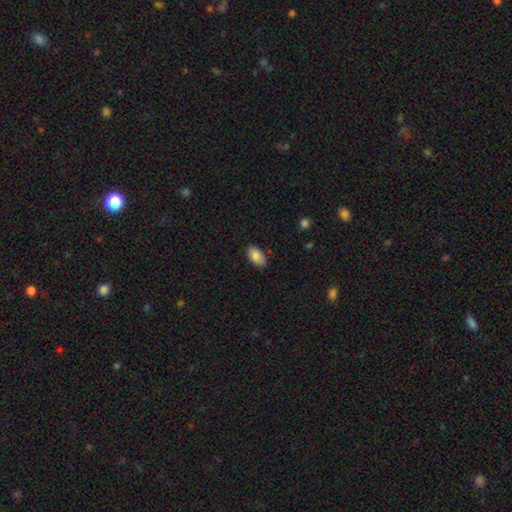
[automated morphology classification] Smooth or featured: smooth — 84% (featured or disk — 9%)
How rounded: in between — 94% (round — 3%)
Merging: none — 86% (minor disturbance — 11%)